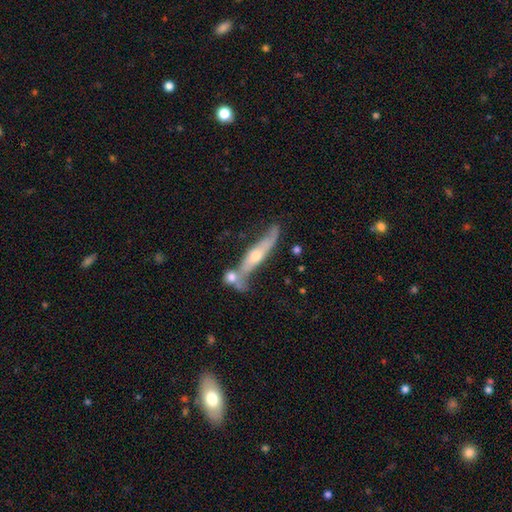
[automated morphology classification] A featured or disk galaxy (70%) viewed edge-on (75%) with a rounded central bulge (84%).

Vote fractions:
- Smooth or featured? featured or disk: 70% / smooth: 23% / star or artifact: 7%
- Edge-on disk? yes: 75% / no: 25%
- Edge-on bulge? rounded: 84% / none: 11% / boxy: 5%
- Merging? none: 45% / merger: 30% / minor disturbance: 17% / major disturbance: 7%